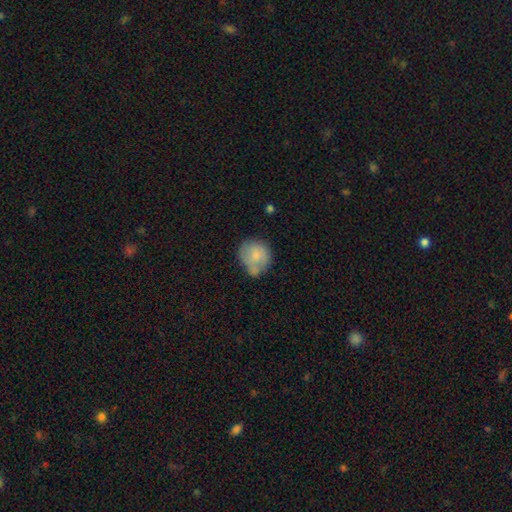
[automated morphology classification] smooth 67%, featured or disk 26%, star or artifact 7%. Down the decision tree: how rounded — round (73%); merging — none (41%).